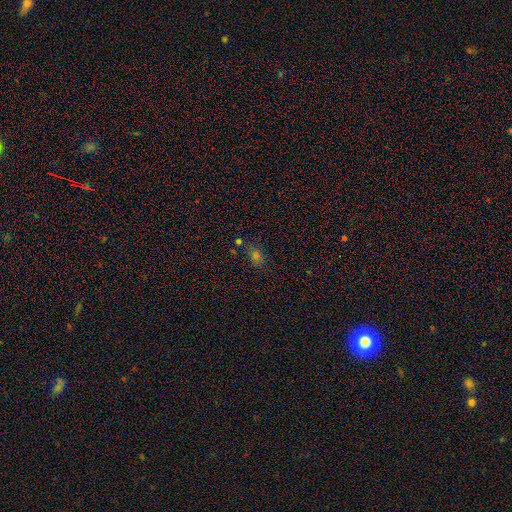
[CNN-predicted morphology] A smooth galaxy with no disk features (65%) that is in between round and cigar-shaped (55%). Merging: none (73%).